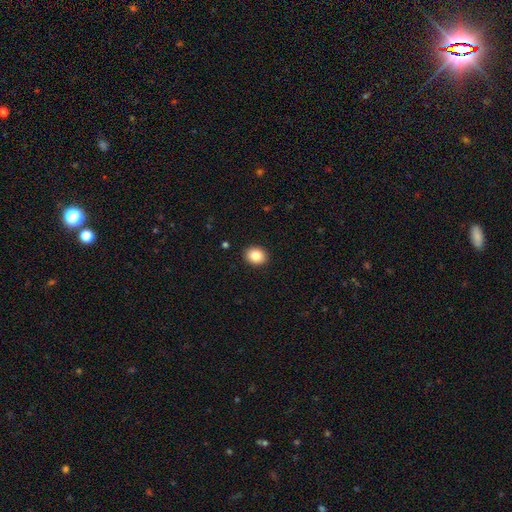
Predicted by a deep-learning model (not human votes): A smooth galaxy with no disk features (85%) that is round (57%).

Vote fractions:
- Smooth or featured? smooth: 85% / star or artifact: 9% / featured or disk: 6%
- How rounded? round: 57% / in between: 43% / cigar-shaped: 1%
- Merging? none: 91% / minor disturbance: 6% / major disturbance: 2% / merger: 1%